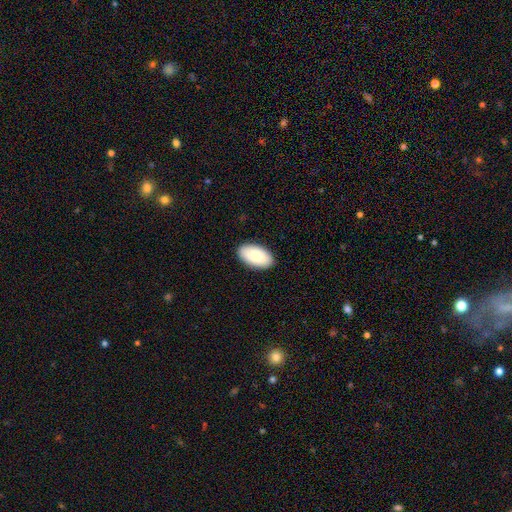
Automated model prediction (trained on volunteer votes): smooth_or_featured: smooth (p=0.84) [alt: featured or disk p=0.10]
how_rounded: in between (p=0.96) [alt: round p=0.02]
merging: none (p=0.90) [alt: minor disturbance p=0.08]